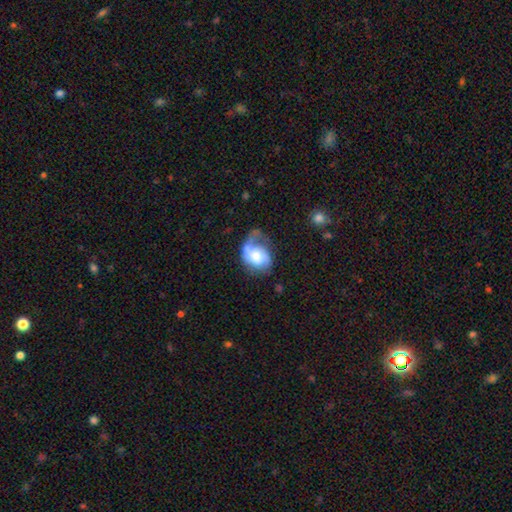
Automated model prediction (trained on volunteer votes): smooth-or-featured: featured or disk: 58% | smooth: 35% | star or artifact: 7%
  disk-edge-on: no: 97% | yes: 3%
    bar: no: 62% | weak: 30% | strong: 8%
    has-spiral-arms: yes: 79% | no: 21%
    bulge-size: moderate: 41% | small: 31% | large: 17% | none: 8% | dominant: 3%
  merging: major disturbance: 39% | none: 30% | minor disturbance: 27% | merger: 4%